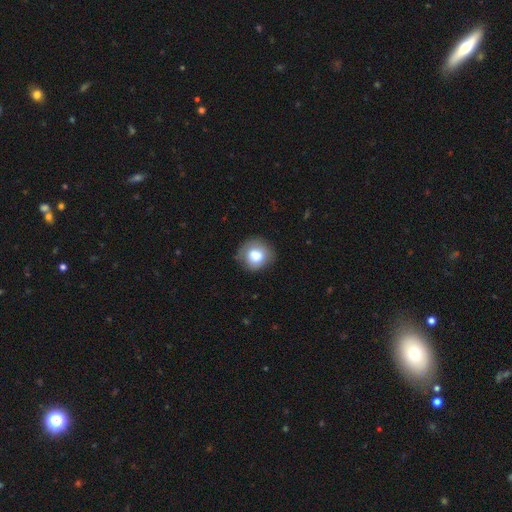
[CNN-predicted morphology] smooth-or-featured: smooth: 80% | featured or disk: 12% | star or artifact: 8%
  how-rounded: round: 86% | in between: 13% | cigar-shaped: 1%
  merging: none: 74% | minor disturbance: 19% | major disturbance: 5% | merger: 2%